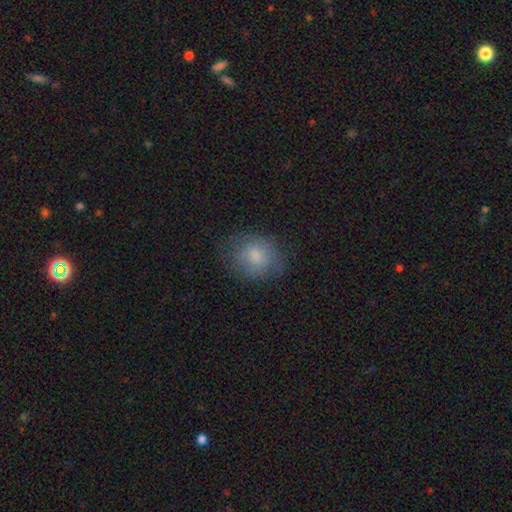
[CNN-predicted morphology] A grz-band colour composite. It shows a smooth galaxy with no disk features (78%) that is round (58%). Merging: none (71%).